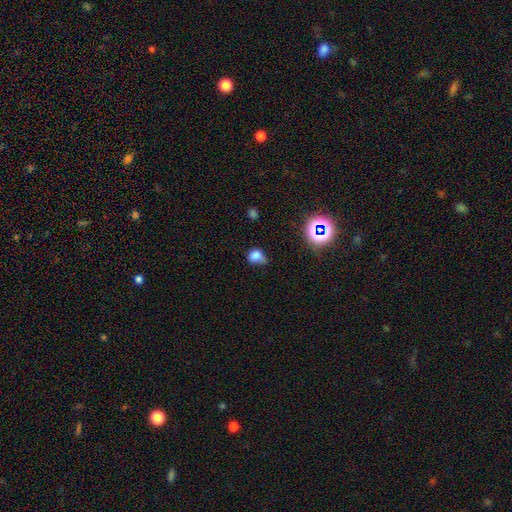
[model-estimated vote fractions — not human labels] smooth 76%, star or artifact 16%, featured or disk 8%. Down the decision tree: how rounded — round (59%); merging — minor disturbance (42%).